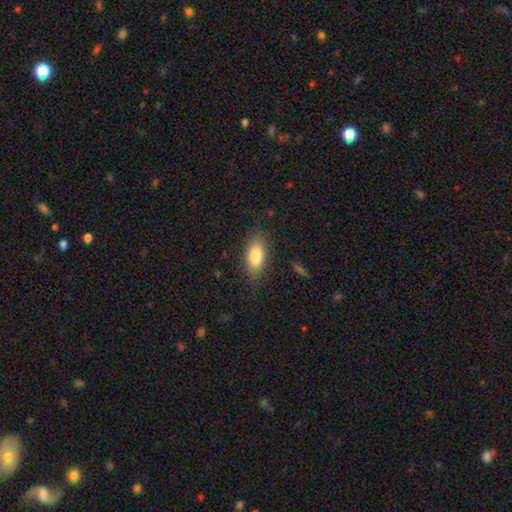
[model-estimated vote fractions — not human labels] Smooth or featured: smooth — 81% (featured or disk — 12%)
How rounded: in between — 86% (cigar-shaped — 10%)
Merging: none — 83% (minor disturbance — 12%)